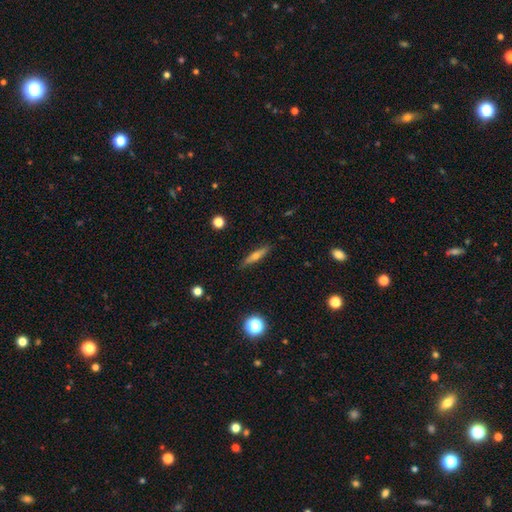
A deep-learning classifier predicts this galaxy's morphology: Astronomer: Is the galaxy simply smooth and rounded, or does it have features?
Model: featured or disk — 47% (runner-up: smooth, 45%).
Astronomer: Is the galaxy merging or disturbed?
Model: none — 88%.